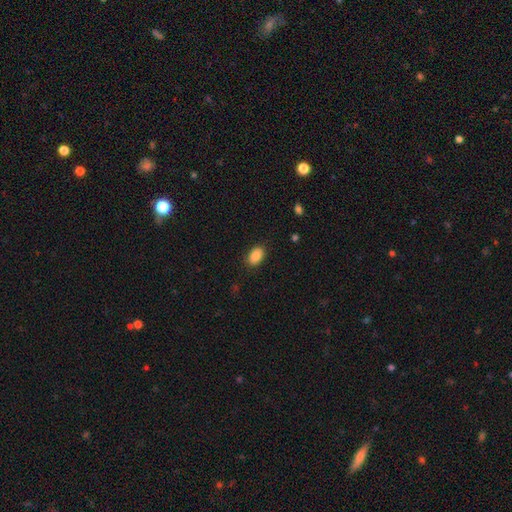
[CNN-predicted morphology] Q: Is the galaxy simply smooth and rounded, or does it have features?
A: smooth — 89%.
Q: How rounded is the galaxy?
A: in between — 91%.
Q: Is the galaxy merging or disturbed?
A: none — 87%.